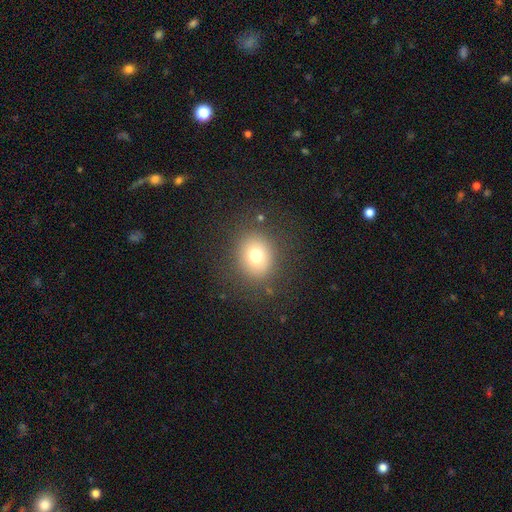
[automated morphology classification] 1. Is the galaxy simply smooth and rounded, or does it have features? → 74% smooth, 14% star or artifact, 12% featured or disk.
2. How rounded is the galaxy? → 72% round, 27% in between, 1% cigar-shaped.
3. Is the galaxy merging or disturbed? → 84% none, 9% minor disturbance, 5% major disturbance, 1% merger.